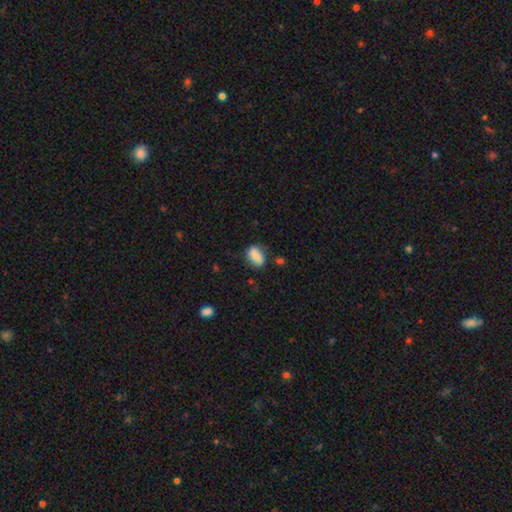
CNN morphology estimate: A smooth galaxy with no disk features (76%) that is in between round and cigar-shaped (80%).

Vote fractions:
- Smooth or featured? smooth: 76% / featured or disk: 16% / star or artifact: 8%
- How rounded? in between: 80% / round: 18% / cigar-shaped: 2%
- Merging? none: 67% / minor disturbance: 21% / merger: 6% / major disturbance: 5%